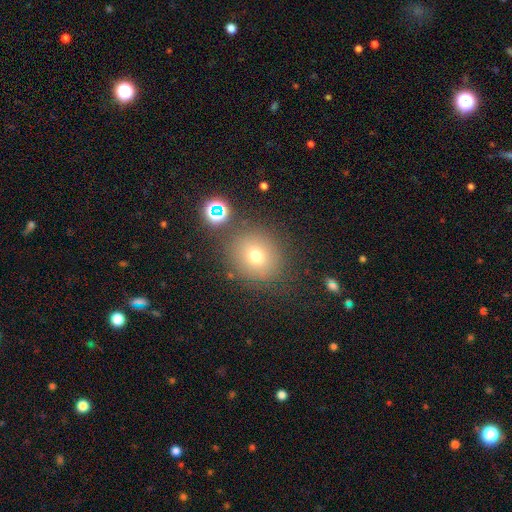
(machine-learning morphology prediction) smooth_or_featured: smooth (p=0.72) [alt: star or artifact p=0.16]
how_rounded: round (p=0.84) [alt: in between p=0.15]
merging: none (p=0.79) [alt: minor disturbance p=0.10]